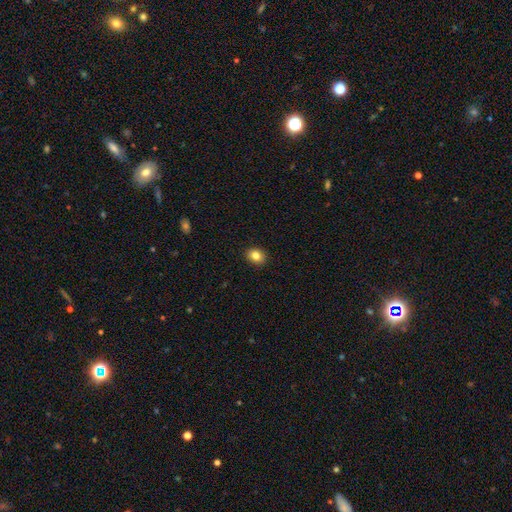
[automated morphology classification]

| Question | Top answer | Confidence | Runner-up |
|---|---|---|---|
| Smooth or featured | smooth | 84% | star or artifact (10%) |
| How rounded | round | 50% | in between (49%) |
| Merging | none | 91% | minor disturbance (6%) |